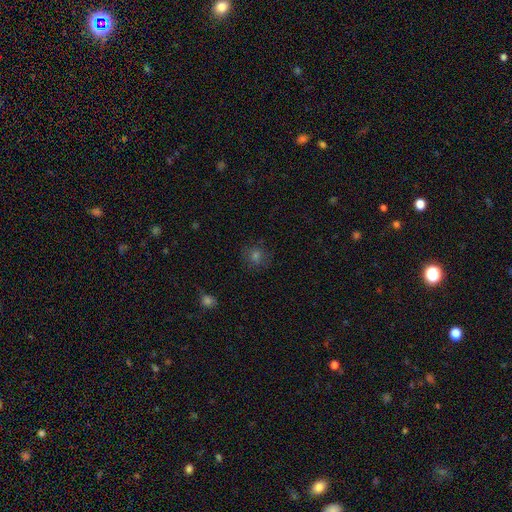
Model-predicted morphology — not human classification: The model was most divided on "smooth or featured": smooth: 64%, star or artifact: 26%, featured or disk: 10%. More confident: how rounded — round (86%); merging — none (84%).